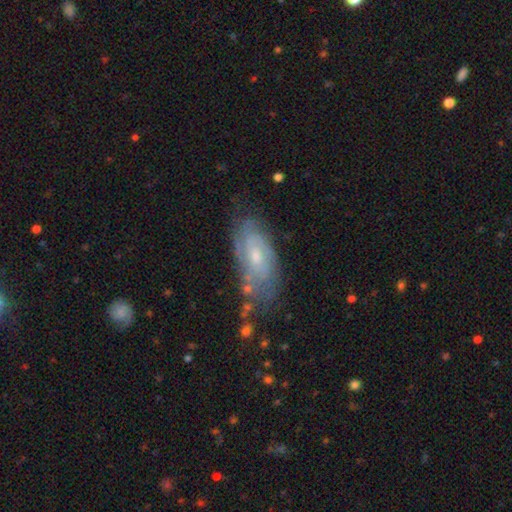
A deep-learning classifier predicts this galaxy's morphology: smooth_or_featured: featured or disk (p=0.70) [alt: smooth p=0.22]
disk_edge_on: no (p=0.90) [alt: yes p=0.10]
bar: no (p=0.62) [alt: weak p=0.33]
has_spiral_arms: yes (p=0.84) [alt: no p=0.16]
spiral_winding: tight (p=0.60) [alt: medium p=0.31]
spiral_arm_count: can't tell (p=0.53) [alt: 2 p=0.25]
bulge_size: small (p=0.48) [alt: moderate p=0.46]
merging: none (p=0.64) [alt: minor disturbance p=0.24]